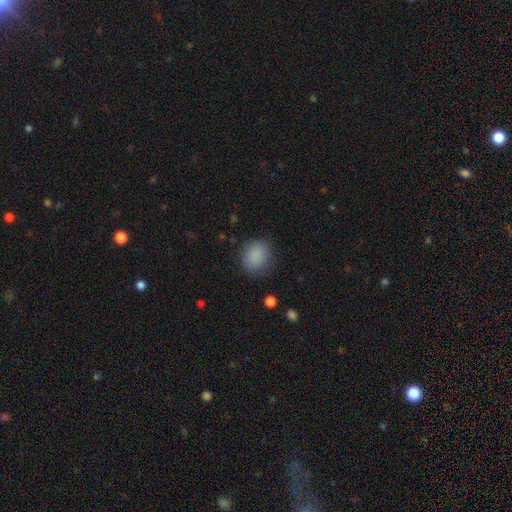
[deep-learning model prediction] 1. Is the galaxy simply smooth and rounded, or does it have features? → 87% smooth, 9% star or artifact, 4% featured or disk.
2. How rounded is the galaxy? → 66% round, 33% in between, 1% cigar-shaped.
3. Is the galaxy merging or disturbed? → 82% none, 13% minor disturbance, 4% major disturbance, 1% merger.